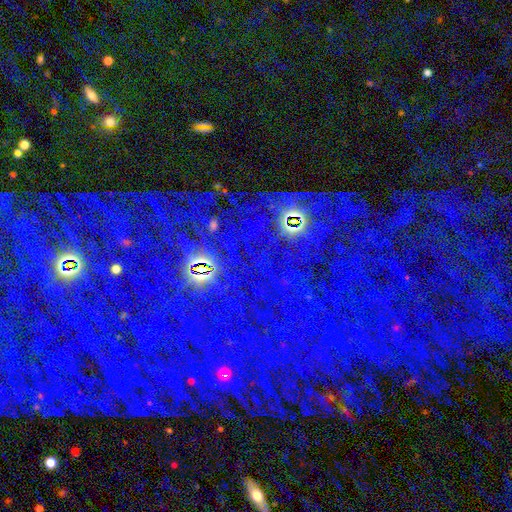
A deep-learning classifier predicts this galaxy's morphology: type=star or artifact (76%).